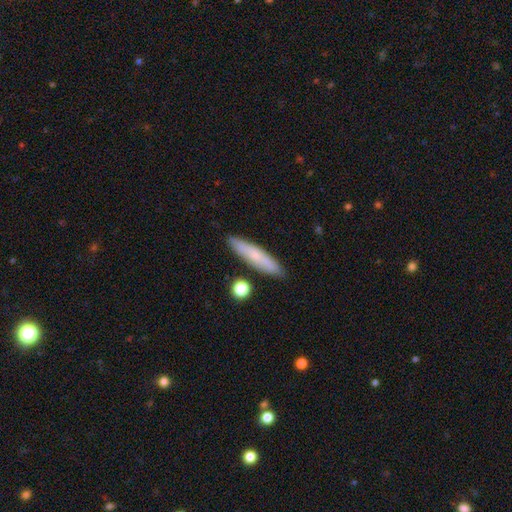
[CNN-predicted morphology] Smooth or featured: smooth — 65% (featured or disk — 28%)
How rounded: cigar-shaped — 87% (in between — 11%)
Merging: none — 85% (minor disturbance — 10%)